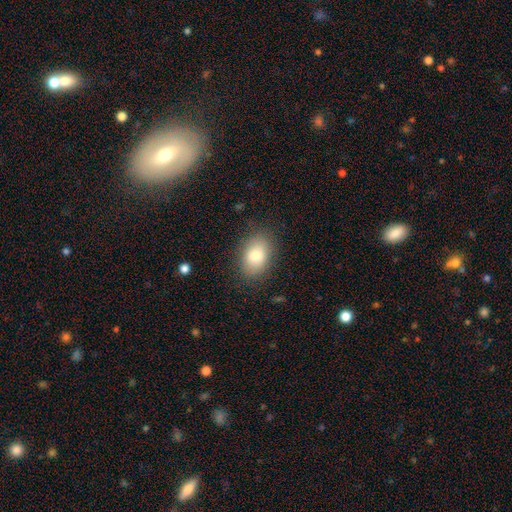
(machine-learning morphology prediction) The model was most divided on "how rounded": in between: 84%, round: 15%, cigar-shaped: 1%. More confident: merging — none (83%); smooth or featured — smooth (81%).